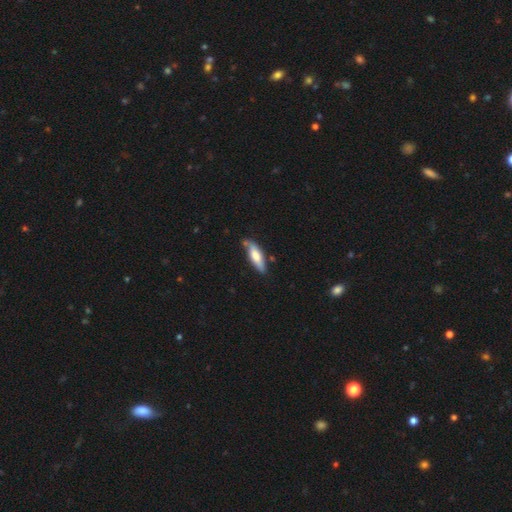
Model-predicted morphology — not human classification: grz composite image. It shows a smooth galaxy with no disk features (61%) that is cigar-shaped (57%). Merging: none (67%).